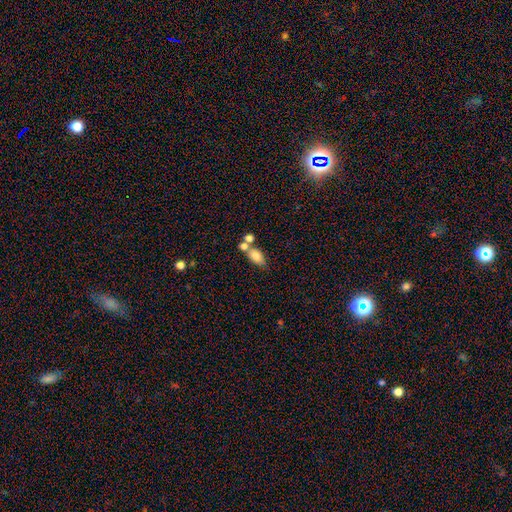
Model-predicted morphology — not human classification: Smooth or featured?
  - smooth: 79% *
  - featured or disk: 12%
  - star or artifact: 9%
How rounded?
  - in between: 85% *
  - round: 8%
  - cigar-shaped: 6%
Merging?
  - none: 42% *
  - merger: 40%
  - minor disturbance: 12%
  - major disturbance: 6%